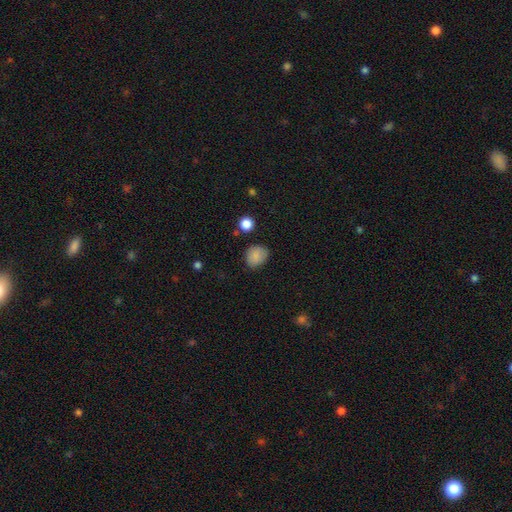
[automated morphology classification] The model was most divided on "how rounded": round: 61%, in between: 38%, cigar-shaped: 1%. More confident: smooth or featured — smooth (85%); merging — none (76%).